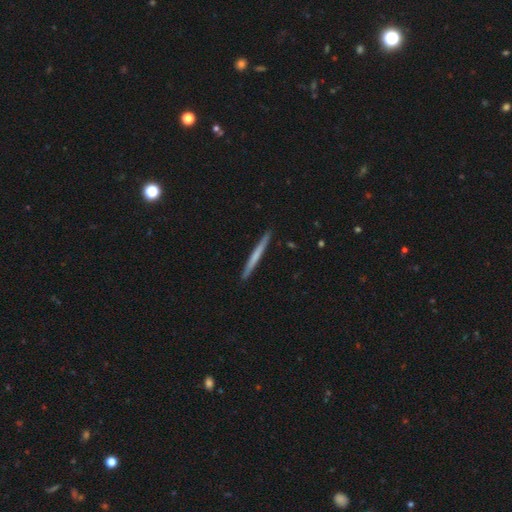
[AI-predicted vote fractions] Smooth or featured? smooth (54%)
How rounded? cigar-shaped (97%)
Merging? none (93%)